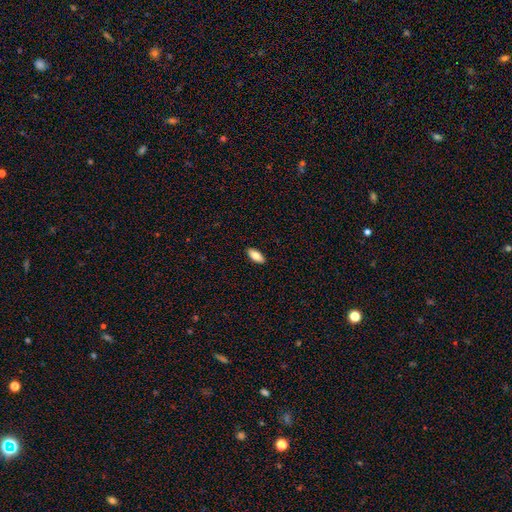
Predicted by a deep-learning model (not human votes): smooth 78%, featured or disk 16%, star or artifact 6%. Down the decision tree: how rounded — in between (87%); merging — none (90%).